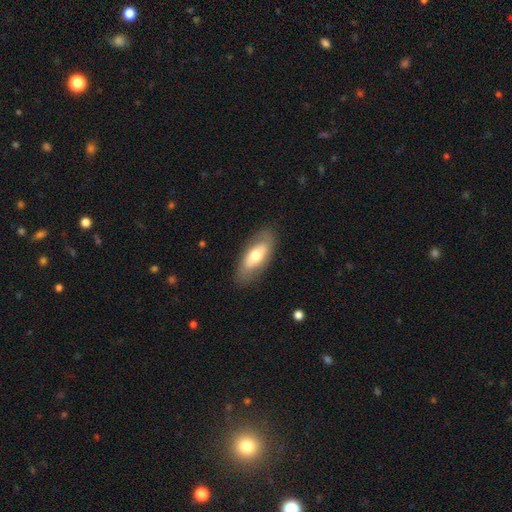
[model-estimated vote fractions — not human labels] Smooth or featured? smooth (57%)
How rounded? in between (82%)
Merging? none (82%)